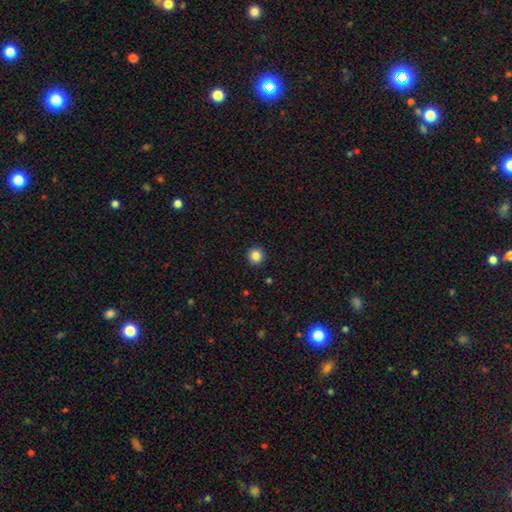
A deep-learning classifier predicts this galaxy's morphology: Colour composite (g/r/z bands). It shows a smooth galaxy with no disk features (85%) that is round (96%). Merging: none (93%).